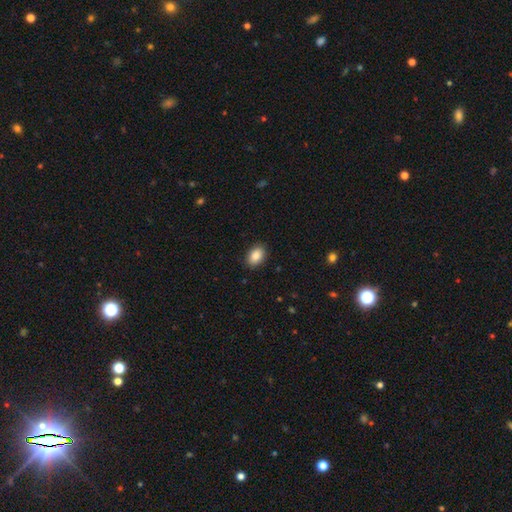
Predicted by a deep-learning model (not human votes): smooth_or_featured: smooth (p=0.87) [alt: star or artifact p=0.08]
how_rounded: in between (p=0.84) [alt: round p=0.15]
merging: none (p=0.89) [alt: minor disturbance p=0.08]